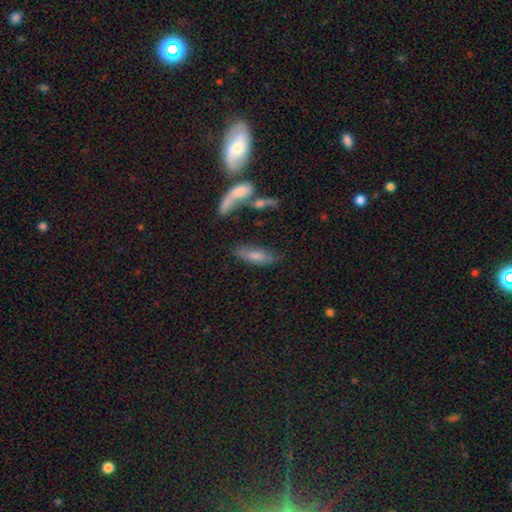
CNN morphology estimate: Smooth or featured: smooth — 60% (featured or disk — 28%)
How rounded: in between — 56% (cigar-shaped — 41%)
Merging: none — 58% (minor disturbance — 18%)